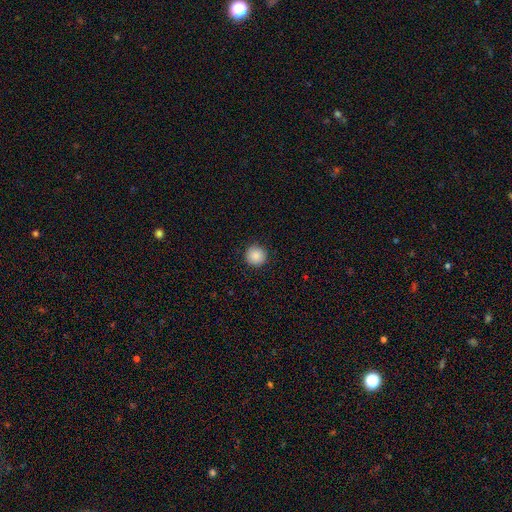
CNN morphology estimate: Overall: smooth (88%). How rounded: round (96%). Merging: none (92%).